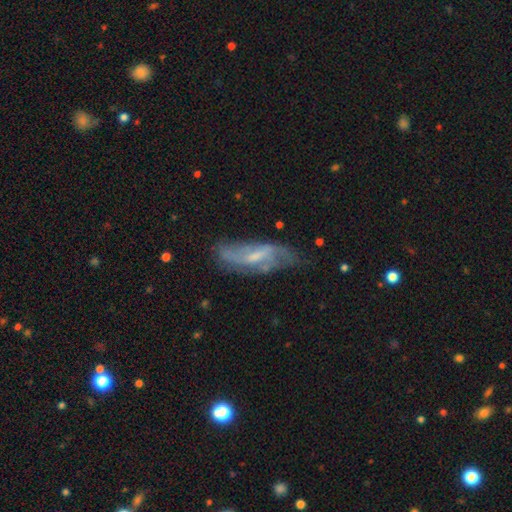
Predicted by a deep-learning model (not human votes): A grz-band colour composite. It shows a featured or disk galaxy (67%) with a weak bar (51%), spiral arms (80%) and a small central bulge (48%). Merging: none (56%).